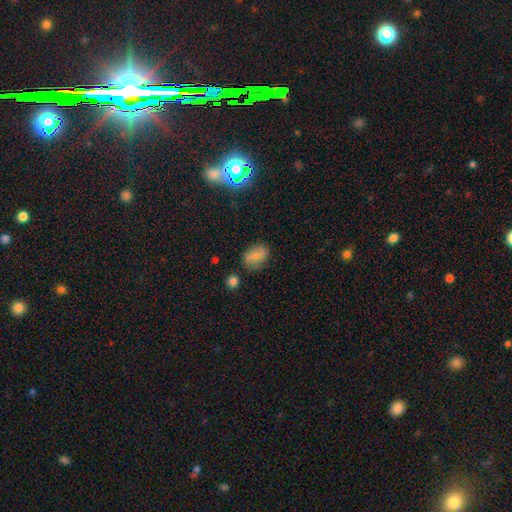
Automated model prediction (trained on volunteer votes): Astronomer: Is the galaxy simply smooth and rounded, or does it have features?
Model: smooth — 70%.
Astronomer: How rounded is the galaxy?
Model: in between — 73%.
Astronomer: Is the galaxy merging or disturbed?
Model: none — 73%.